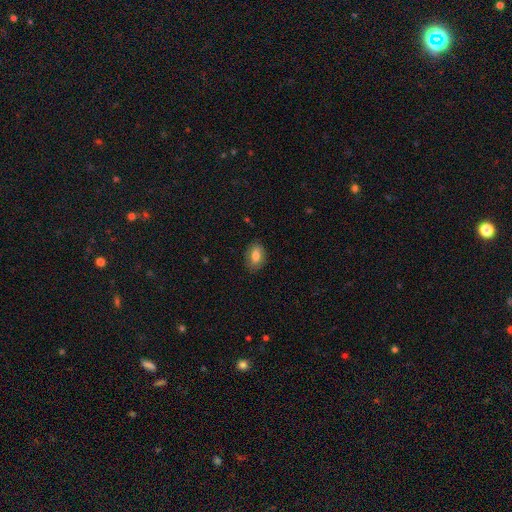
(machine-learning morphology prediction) Smooth or featured: smooth — 75% (featured or disk — 17%)
How rounded: in between — 86% (round — 11%)
Merging: none — 81% (minor disturbance — 14%)